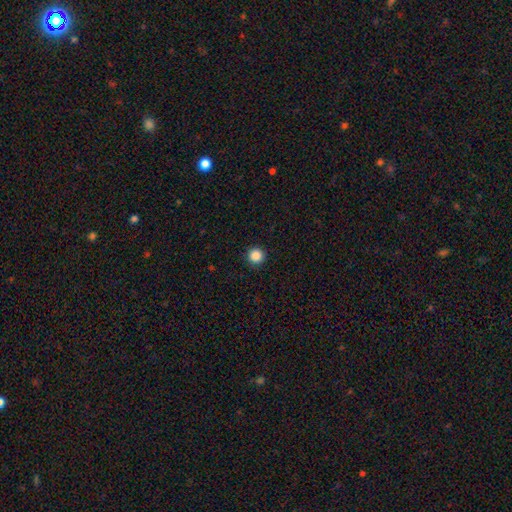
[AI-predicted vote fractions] Overall: smooth (88%). How rounded: round (96%). Merging: none (93%).